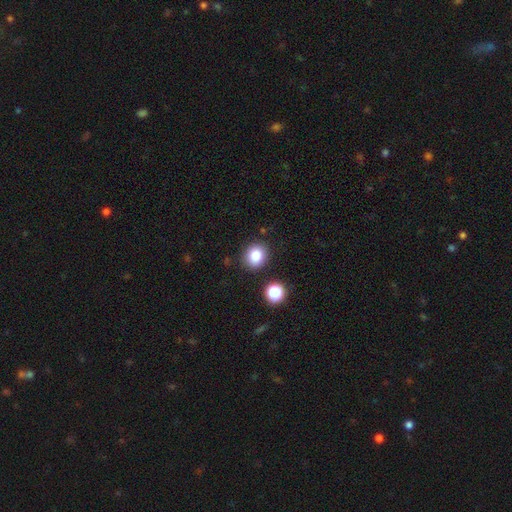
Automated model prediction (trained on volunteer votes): Smooth or featured?
  - smooth: 83% *
  - star or artifact: 11%
  - featured or disk: 6%
How rounded?
  - round: 69% *
  - in between: 30%
  - cigar-shaped: 1%
Merging?
  - none: 85% *
  - minor disturbance: 9%
  - merger: 4%
  - major disturbance: 3%